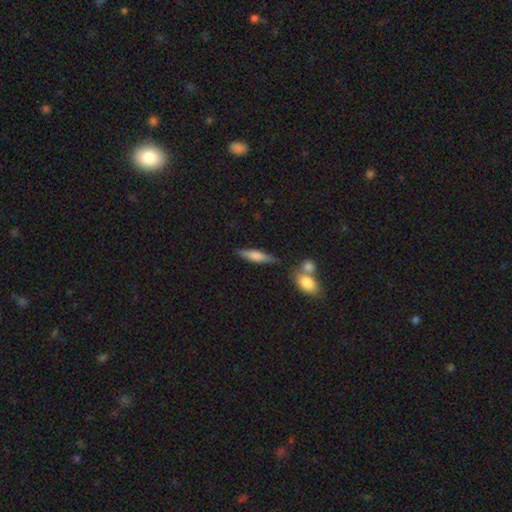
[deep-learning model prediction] Overall: smooth (64%; featured or disk 29%). How rounded: cigar-shaped (74%). Merging: none (77%).